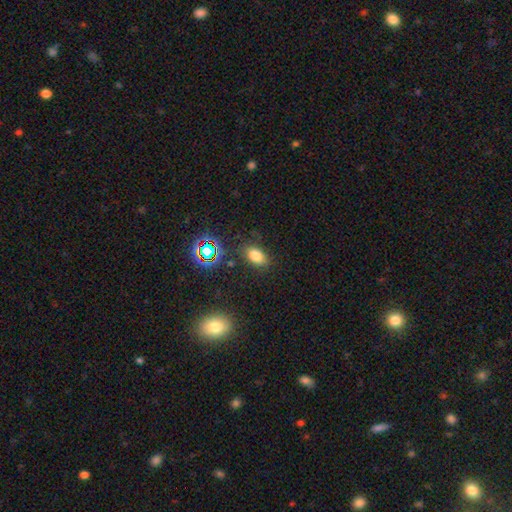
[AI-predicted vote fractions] Smooth or featured? Predicted: smooth (p=0.74). How rounded? Predicted: in between (p=0.86). Merging? Predicted: none (p=0.80).